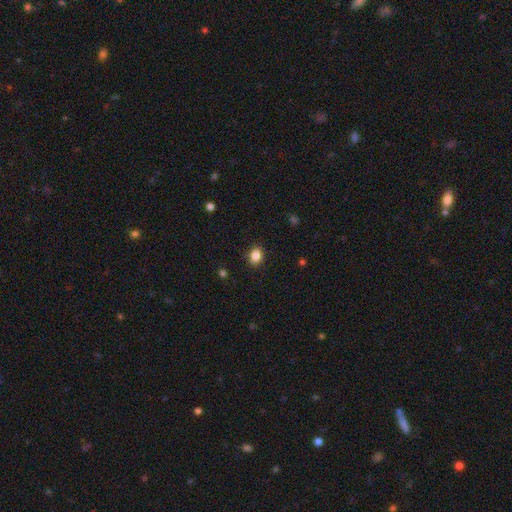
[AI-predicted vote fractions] Smooth or featured?
  - smooth: 86% *
  - star or artifact: 10%
  - featured or disk: 4%
How rounded?
  - in between: 59% *
  - round: 40%
  - cigar-shaped: 1%
Merging?
  - none: 87% *
  - minor disturbance: 9%
  - major disturbance: 2%
  - merger: 1%